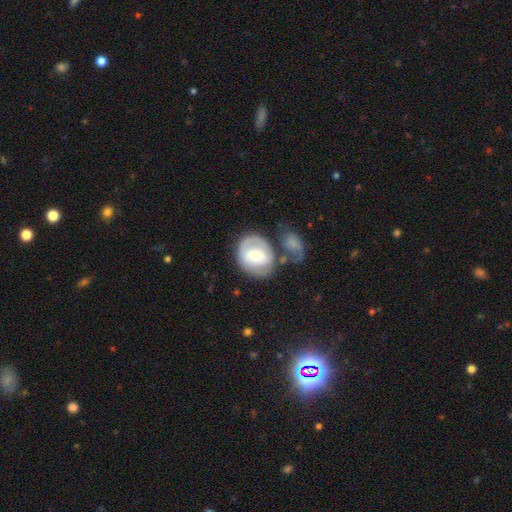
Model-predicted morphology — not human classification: smooth-or-featured: featured or disk: 52% | smooth: 43% | star or artifact: 6%
  disk-edge-on: no: 96% | yes: 4%
  merging: none: 48% | merger: 23% | minor disturbance: 19% | major disturbance: 10%